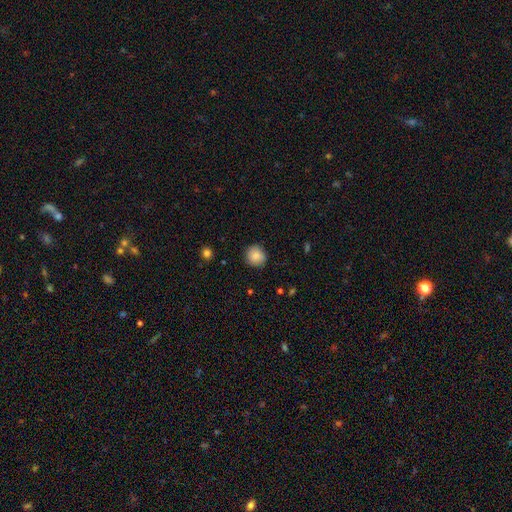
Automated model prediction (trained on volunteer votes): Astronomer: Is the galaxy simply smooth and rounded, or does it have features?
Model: smooth — 86%.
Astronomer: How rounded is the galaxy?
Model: round — 88%.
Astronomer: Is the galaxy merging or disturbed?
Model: none — 84%.